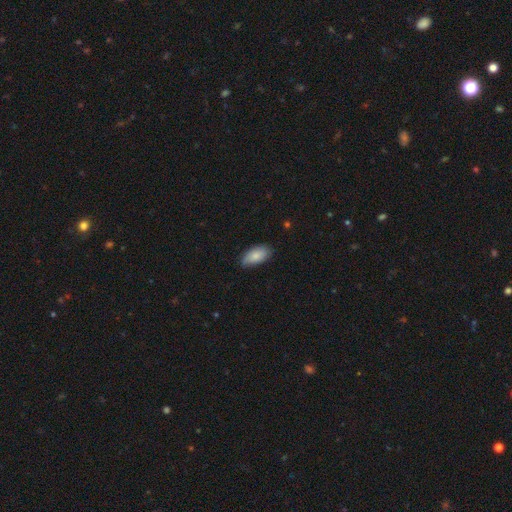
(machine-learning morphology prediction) Smooth or featured: smooth — 83% (featured or disk — 11%)
How rounded: in between — 93% (cigar-shaped — 5%)
Merging: none — 76% (minor disturbance — 20%)